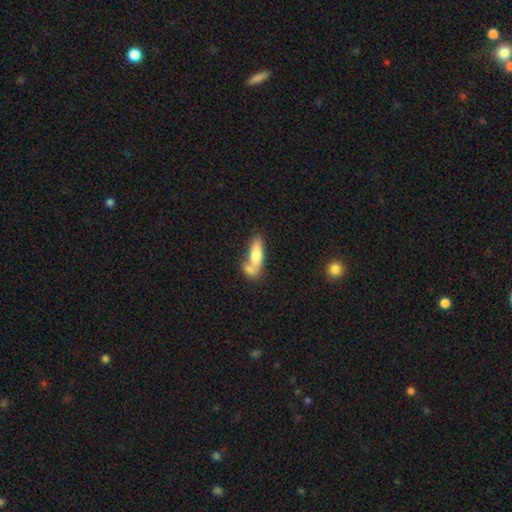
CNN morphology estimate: Smooth or featured?
  - smooth: 71% *
  - featured or disk: 22%
  - star or artifact: 7%
How rounded?
  - in between: 54% *
  - cigar-shaped: 42%
  - round: 4%
Merging?
  - merger: 46% *
  - none: 33%
  - minor disturbance: 14%
  - major disturbance: 7%